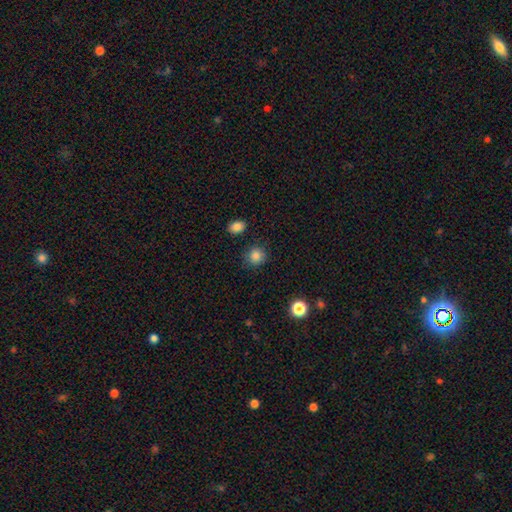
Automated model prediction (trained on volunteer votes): Q: Smooth or featured?
A: smooth (85%); runner-up: star or artifact (11%)
Q: How rounded?
A: round (86%); runner-up: in between (13%)
Q: Merging?
A: none (86%); runner-up: minor disturbance (9%)